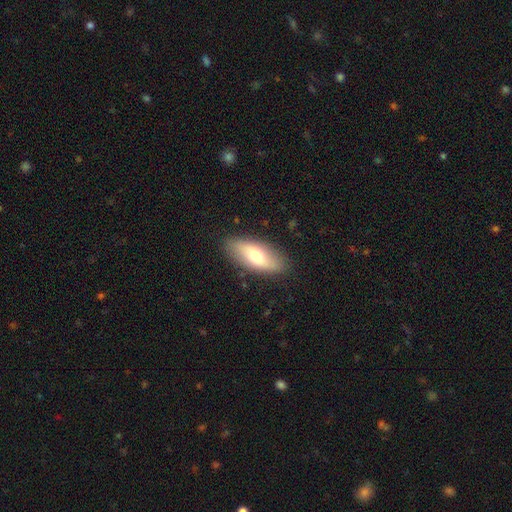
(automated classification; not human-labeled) Q: Smooth or featured?
A: smooth (59%); runner-up: featured or disk (35%)
Q: How rounded?
A: in between (81%); runner-up: cigar-shaped (16%)
Q: Merging?
A: none (86%); runner-up: minor disturbance (10%)